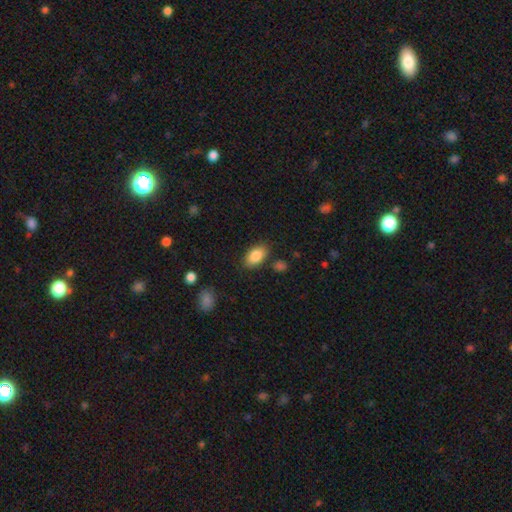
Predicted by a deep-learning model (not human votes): Smooth or featured? Predicted: smooth (p=0.86). How rounded? Predicted: in between (p=0.92). Merging? Predicted: none (p=0.82).